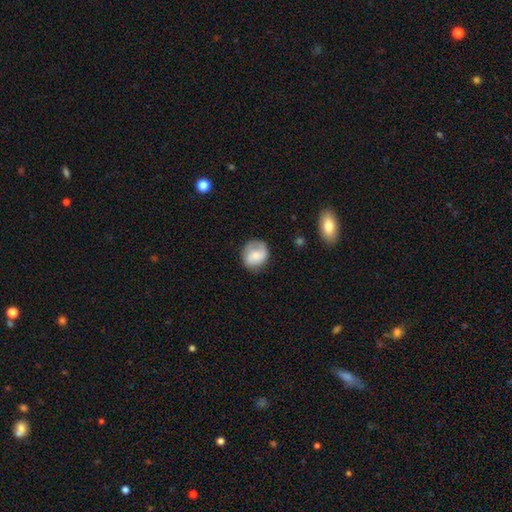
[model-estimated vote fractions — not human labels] A smooth galaxy with no disk features (54%) that is round (73%).

Vote fractions:
- Smooth or featured? smooth: 54% / featured or disk: 39% / star or artifact: 7%
- How rounded? round: 73% / in between: 26% / cigar-shaped: 1%
- Merging? none: 71% / minor disturbance: 20% / major disturbance: 7% / merger: 2%